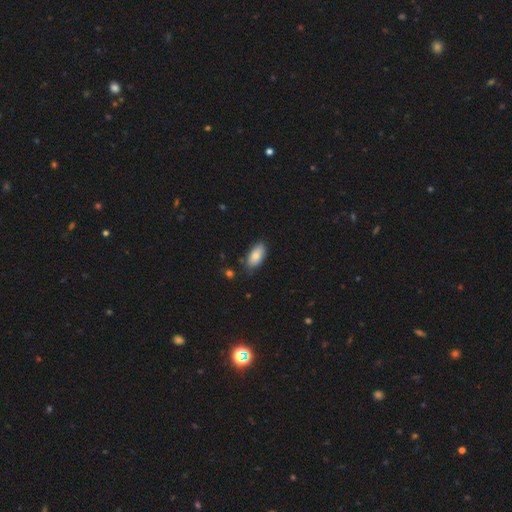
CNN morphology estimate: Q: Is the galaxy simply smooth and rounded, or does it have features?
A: smooth — 81%.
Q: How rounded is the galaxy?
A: in between — 91%.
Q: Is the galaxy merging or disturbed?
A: none — 78%.